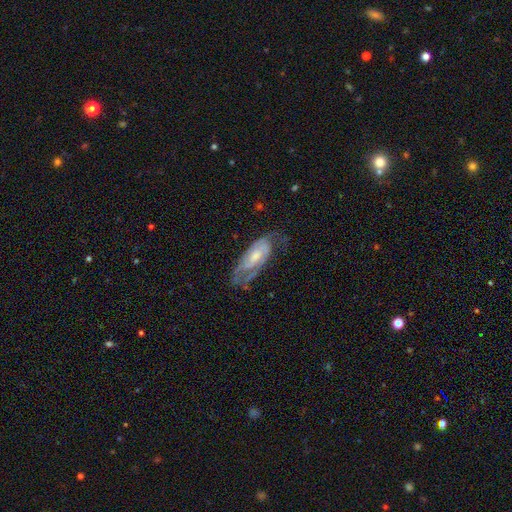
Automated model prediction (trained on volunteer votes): smooth_or_featured: featured or disk (p=0.74) [alt: smooth p=0.20]
disk_edge_on: no (p=0.90) [alt: yes p=0.10]
bar: no (p=0.57) [alt: weak p=0.35]
has_spiral_arms: yes (p=0.87) [alt: no p=0.13]
spiral_winding: tight (p=0.49) [alt: medium p=0.38]
spiral_arm_count: 2 (p=0.48) [alt: can't tell p=0.32]
bulge_size: moderate (p=0.45) [alt: small p=0.39]
merging: none (p=0.51) [alt: minor disturbance p=0.28]